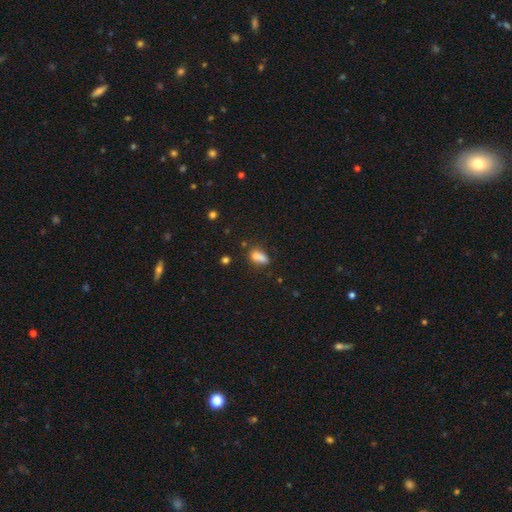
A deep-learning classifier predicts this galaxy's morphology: Overall: smooth (79%). How rounded: in between (80%). Merging: none (50%; minor disturbance 21%).